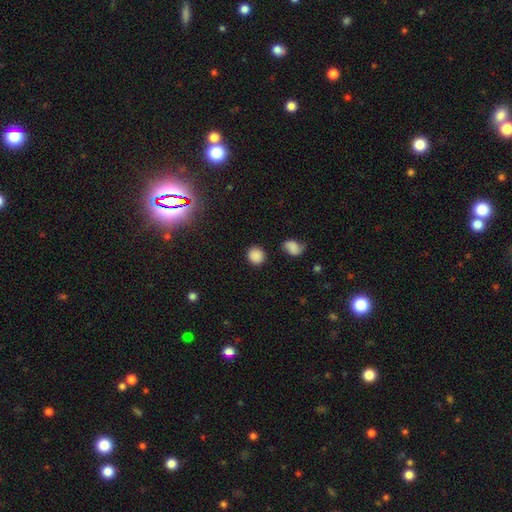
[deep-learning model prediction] Smooth or featured: smooth — 84% (star or artifact — 11%)
How rounded: round — 87% (in between — 12%)
Merging: none — 84% (minor disturbance — 9%)